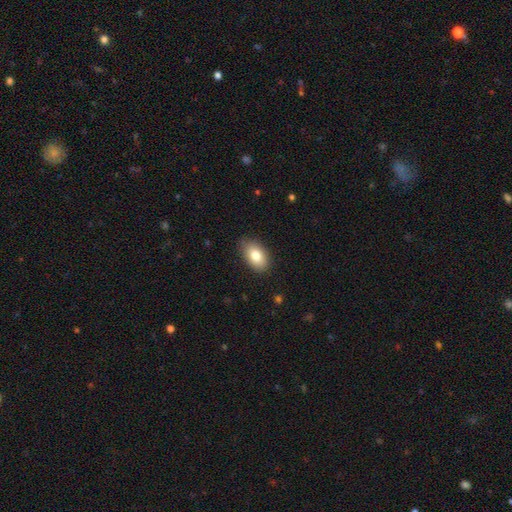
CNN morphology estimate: smooth 81%, featured or disk 12%, star or artifact 8%. Down the decision tree: how rounded — in between (90%); merging — none (83%).